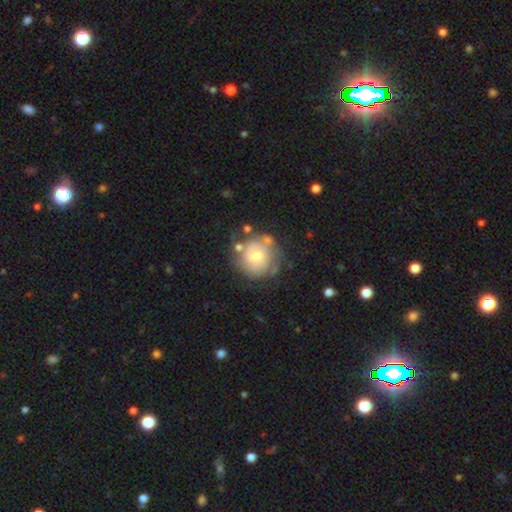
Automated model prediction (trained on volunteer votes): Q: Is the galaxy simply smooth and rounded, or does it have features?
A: featured or disk — 58%.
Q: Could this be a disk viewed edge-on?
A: no — 97%.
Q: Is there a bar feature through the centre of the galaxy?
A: no — 63%.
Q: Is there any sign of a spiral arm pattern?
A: yes — 74%.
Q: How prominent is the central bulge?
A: moderate — 63%.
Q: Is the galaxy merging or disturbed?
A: none — 63%.